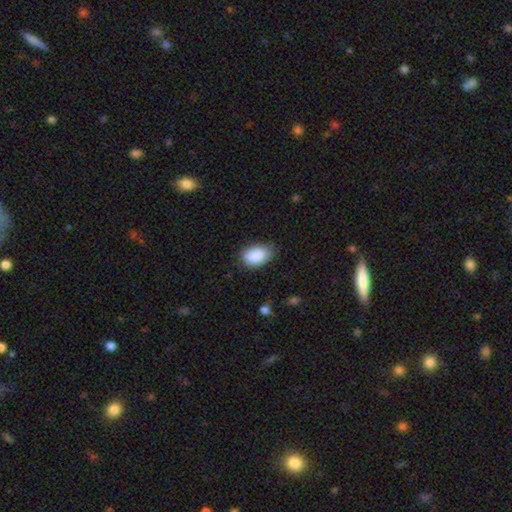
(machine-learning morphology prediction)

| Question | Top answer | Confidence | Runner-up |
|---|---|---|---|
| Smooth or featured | smooth | 89% | star or artifact (7%) |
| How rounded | in between | 91% | round (8%) |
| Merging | none | 74% | minor disturbance (21%) |